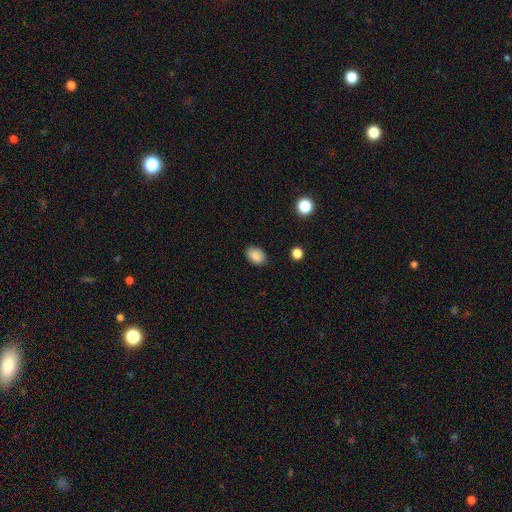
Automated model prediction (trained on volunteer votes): Smooth or featured: smooth — 88% (star or artifact — 9%)
How rounded: in between — 82% (round — 17%)
Merging: none — 86% (minor disturbance — 11%)